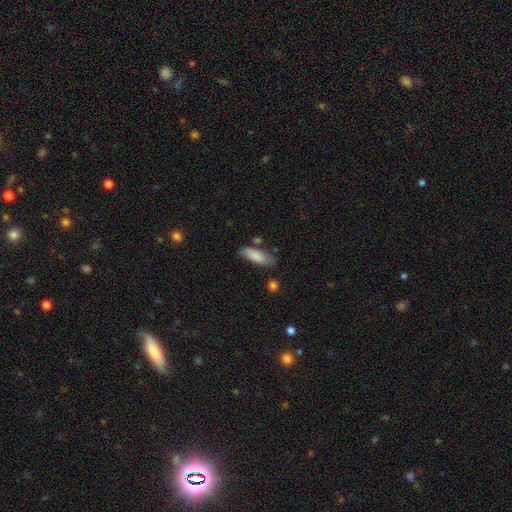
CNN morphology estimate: A smooth galaxy with no disk features (79%) that is in between round and cigar-shaped (72%). Merging: none (68%).